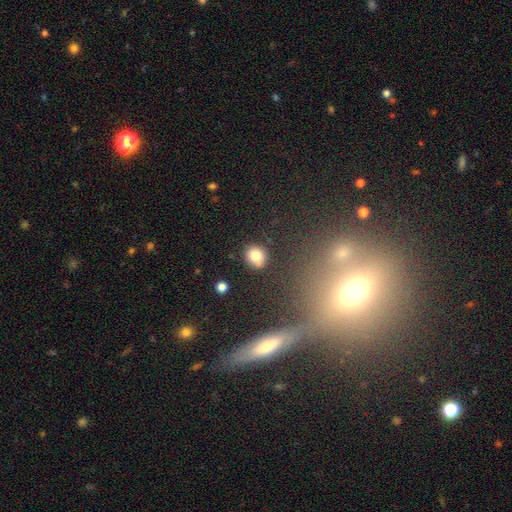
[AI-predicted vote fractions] Smooth or featured: smooth — 82% (star or artifact — 11%)
How rounded: round — 74% (in between — 25%)
Merging: none — 74% (minor disturbance — 16%)